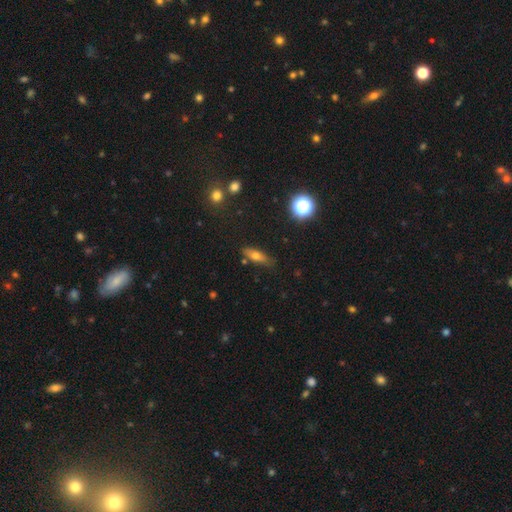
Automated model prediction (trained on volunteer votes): A smooth galaxy with no disk features (58%) that is in between round and cigar-shaped (51%). Merging: none (79%).